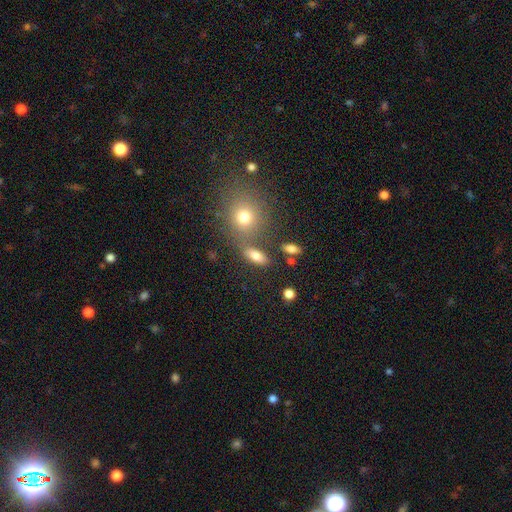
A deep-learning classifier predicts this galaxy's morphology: Smooth or featured? smooth (76%)
How rounded? in between (75%)
Merging? none (68%)